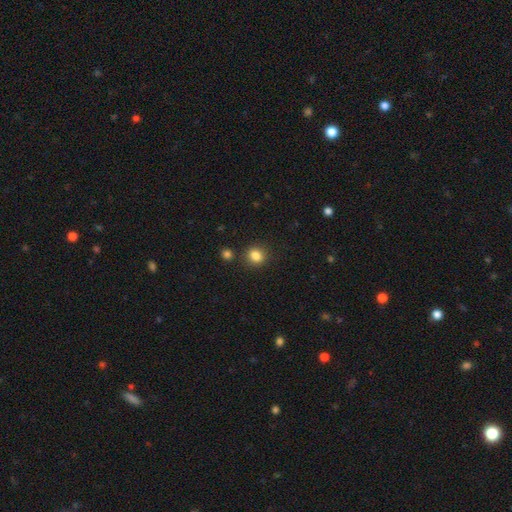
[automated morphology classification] A smooth galaxy with no disk features (84%) that is round (70%).

Vote fractions:
- Smooth or featured? smooth: 84% / star or artifact: 11% / featured or disk: 5%
- How rounded? round: 70% / in between: 29% / cigar-shaped: 1%
- Merging? none: 84% / minor disturbance: 8% / merger: 5% / major disturbance: 3%